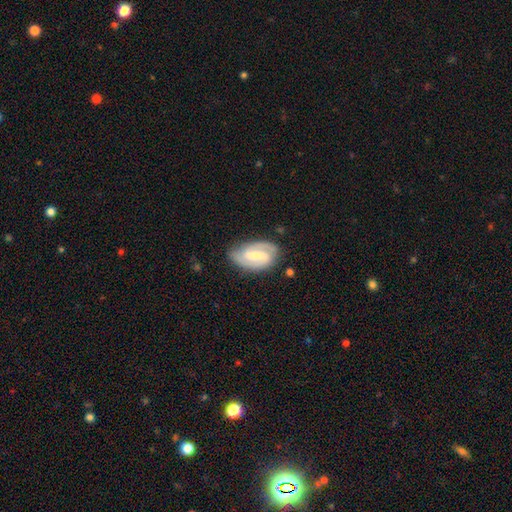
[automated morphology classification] This appears to be a featured or disk galaxy (81%) with a strong bar (44%, tied with weak), 2 (86%) medium (46%) spiral arms (95%) and a small central bulge (39%). Merging: none (76%).